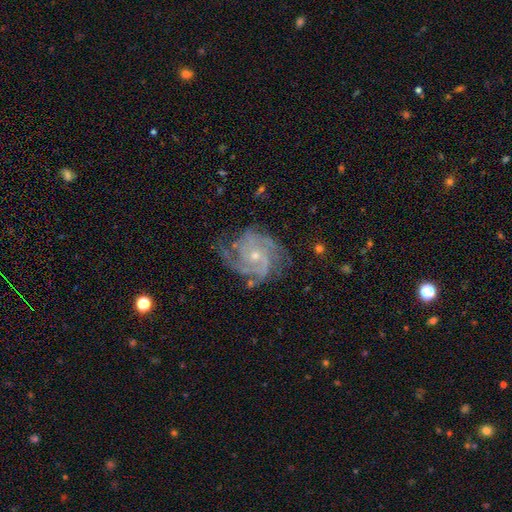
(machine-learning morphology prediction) This appears to be a featured or disk galaxy (90%) with no bar (70%), 3 (33%) tight (55%) spiral arms (98%) and a small central bulge (66%). Merging: none (68%).